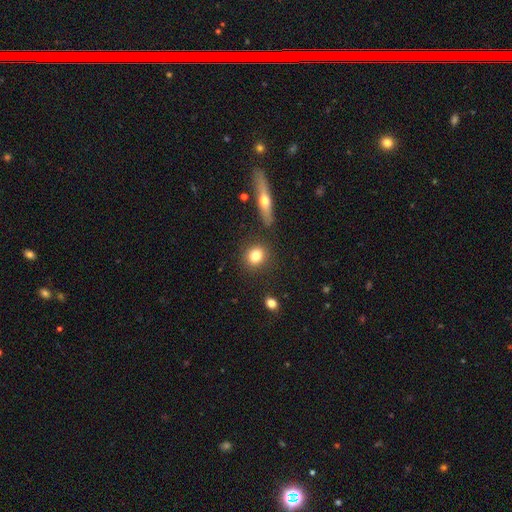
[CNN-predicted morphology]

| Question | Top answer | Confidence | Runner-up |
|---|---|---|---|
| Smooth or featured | smooth | 81% | featured or disk (11%) |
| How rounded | round | 72% | in between (25%) |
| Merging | none | 84% | minor disturbance (8%) |